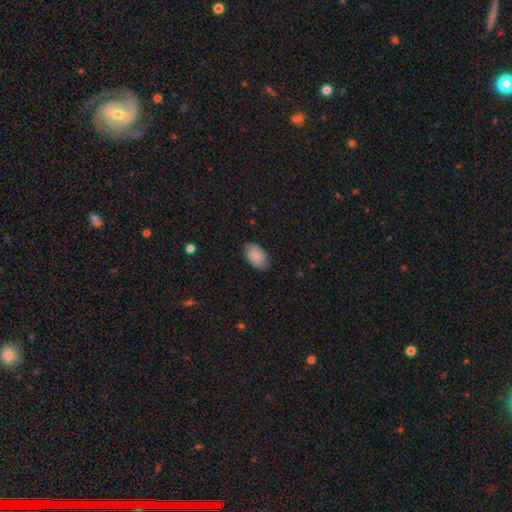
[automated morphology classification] A smooth galaxy with no disk features (83%) that is in between round and cigar-shaped (93%).

Vote fractions:
- Smooth or featured? smooth: 83% / featured or disk: 11% / star or artifact: 6%
- How rounded? in between: 93% / round: 5% / cigar-shaped: 1%
- Merging? none: 79% / minor disturbance: 17% / major disturbance: 3% / merger: 1%